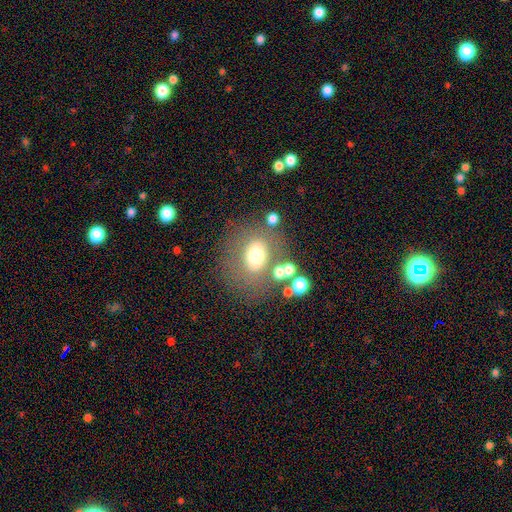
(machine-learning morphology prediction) This appears to be a smooth galaxy with no disk features (63%) that is round (61%). Merging: none (64%).